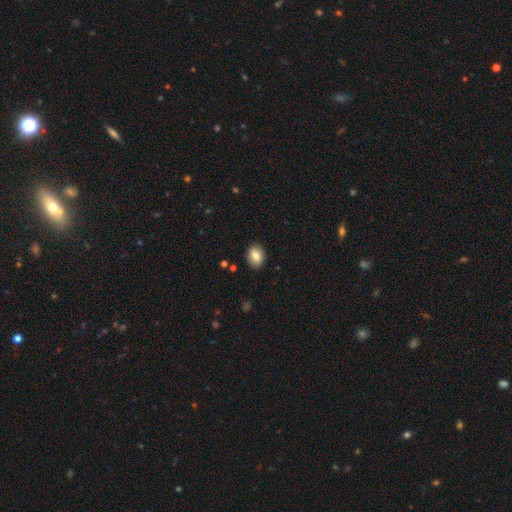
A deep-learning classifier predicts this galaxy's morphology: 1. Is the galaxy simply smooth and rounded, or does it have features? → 81% smooth, 11% featured or disk, 8% star or artifact.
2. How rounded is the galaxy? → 75% in between, 24% round, 1% cigar-shaped.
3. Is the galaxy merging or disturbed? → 88% none, 9% minor disturbance, 2% major disturbance, 1% merger.